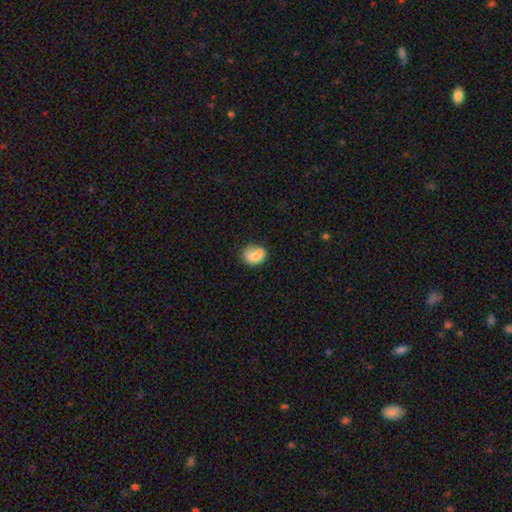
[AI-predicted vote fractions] This is likely a smooth galaxy (73%). How rounded: possibly round (50%). Merging: possibly none (55%).